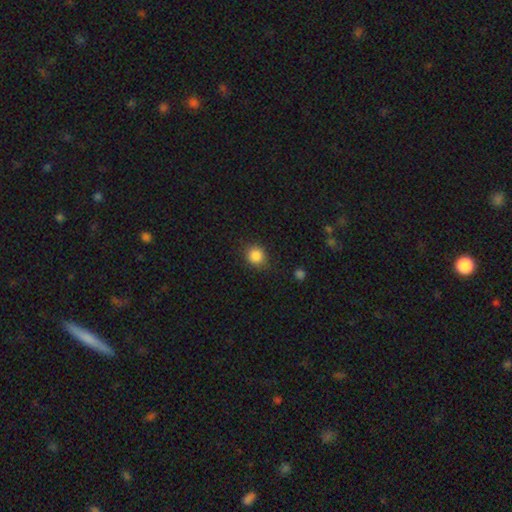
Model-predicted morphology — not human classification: type=smooth (86%); roundness=round (85%); merging=none (83%).